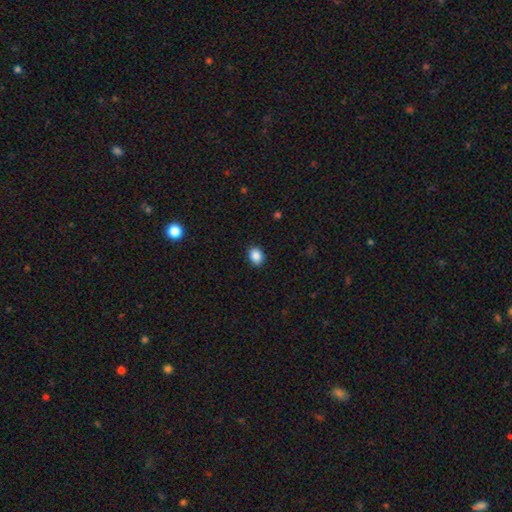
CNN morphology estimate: A smooth galaxy with no disk features (88%) that is in between round and cigar-shaped (56%). Merging: none (90%).